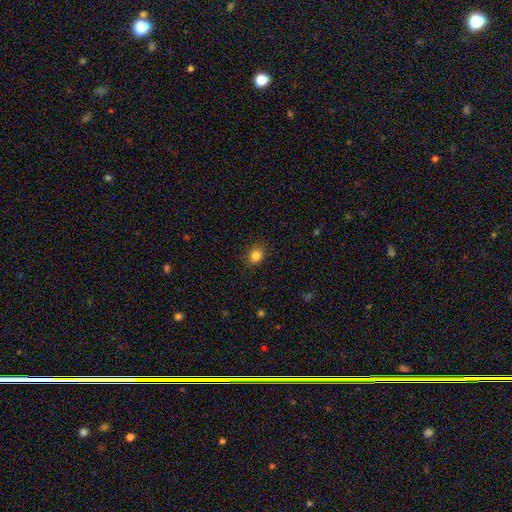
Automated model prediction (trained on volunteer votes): The model was most divided on "how rounded": in between: 52%, round: 47%, cigar-shaped: 1%. More confident: merging — none (87%); smooth or featured — smooth (84%).